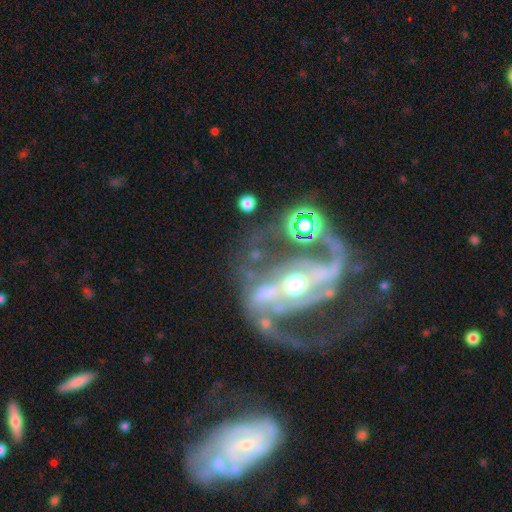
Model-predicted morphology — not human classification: type=featured or disk (90%); edge-on=no (95%); bar=strong (73%); spiral arms=yes (95%); winding=medium (54%); arm count=2 (90%); bulge=moderate (59%); merging=none (48%).